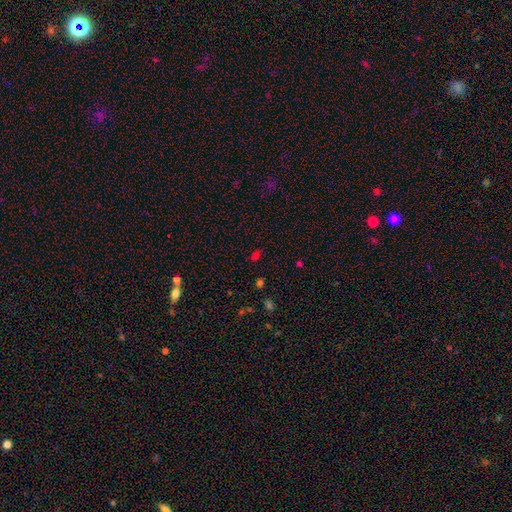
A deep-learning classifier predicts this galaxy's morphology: Smooth or featured?
  - smooth: 58% *
  - star or artifact: 36%
  - featured or disk: 6%
How rounded?
  - in between: 67% *
  - round: 31%
  - cigar-shaped: 3%
Merging?
  - none: 79% *
  - minor disturbance: 12%
  - major disturbance: 5%
  - merger: 4%